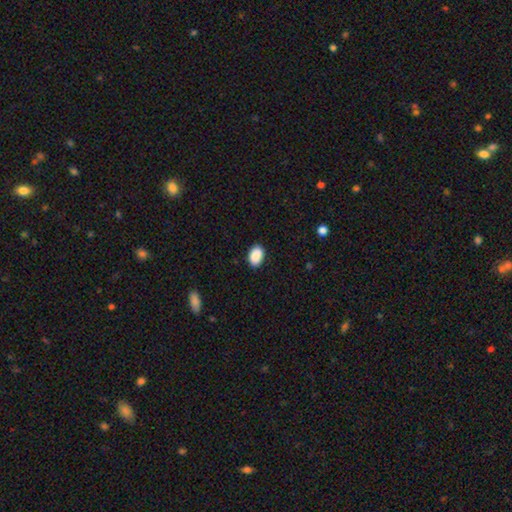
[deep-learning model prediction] Smooth or featured? Predicted: smooth (p=0.90). How rounded? Predicted: in between (p=0.88). Merging? Predicted: none (p=0.89).